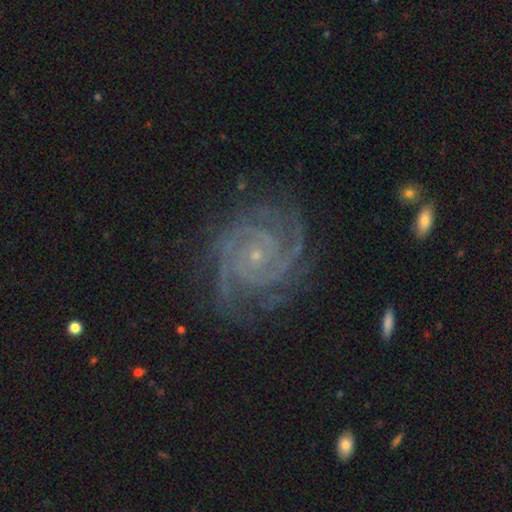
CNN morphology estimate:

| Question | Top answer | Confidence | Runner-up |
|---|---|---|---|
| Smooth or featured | featured or disk | 90% | star or artifact (6%) |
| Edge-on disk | no | 98% | yes (2%) |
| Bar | no | 78% | weak (16%) |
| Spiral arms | yes | 99% | no (1%) |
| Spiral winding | tight | 77% | medium (21%) |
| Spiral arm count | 2 | 28% | 3 (25%) |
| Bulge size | small | 84% | moderate (11%) |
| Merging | none | 78% | minor disturbance (15%) |